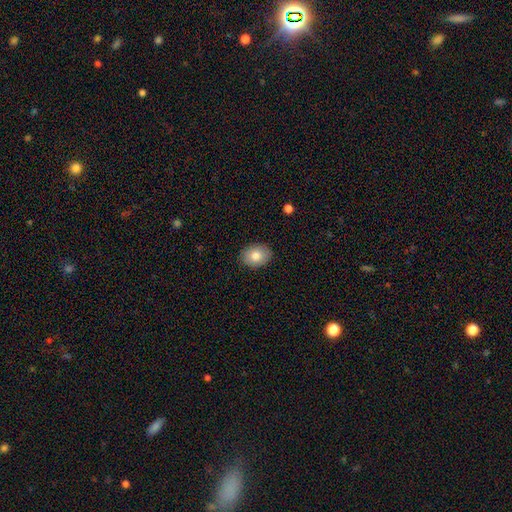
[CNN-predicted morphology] smooth_or_featured: smooth (p=0.80) [alt: featured or disk p=0.12]
how_rounded: in between (p=0.71) [alt: round p=0.28]
merging: none (p=0.88) [alt: minor disturbance p=0.09]